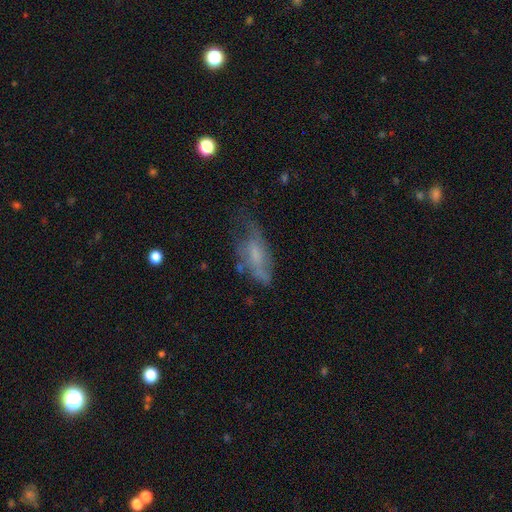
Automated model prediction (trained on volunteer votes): The model was most divided on "smooth or featured": featured or disk: 46%, smooth: 44%, star or artifact: 10%. Remaining: merging — none (38%).